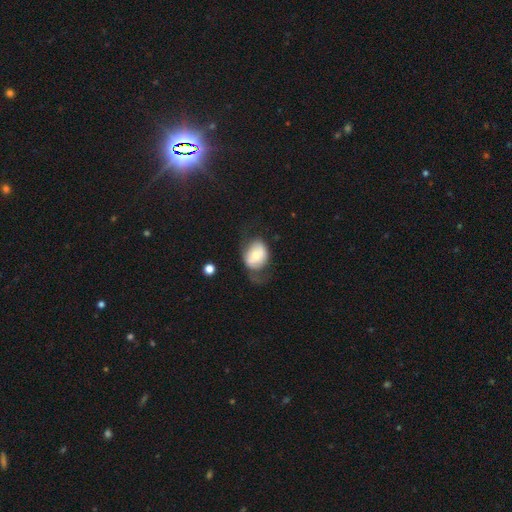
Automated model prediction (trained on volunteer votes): smooth 58%, featured or disk 36%, star or artifact 7%. Down the decision tree: how rounded — in between (62%); merging — none (45%).